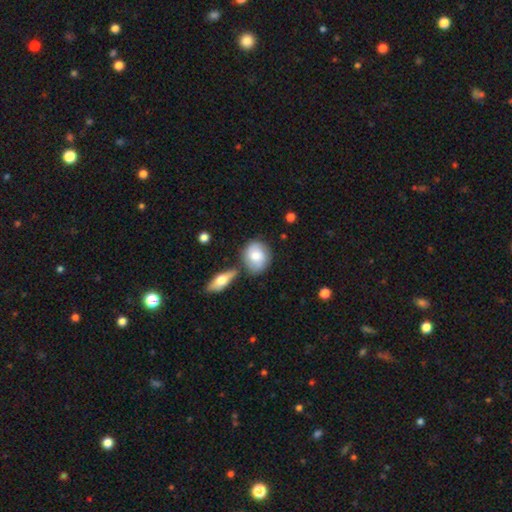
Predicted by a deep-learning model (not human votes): Q: Smooth or featured?
A: smooth (65%); runner-up: featured or disk (29%)
Q: How rounded?
A: round (61%); runner-up: in between (37%)
Q: Merging?
A: none (66%); runner-up: minor disturbance (16%)